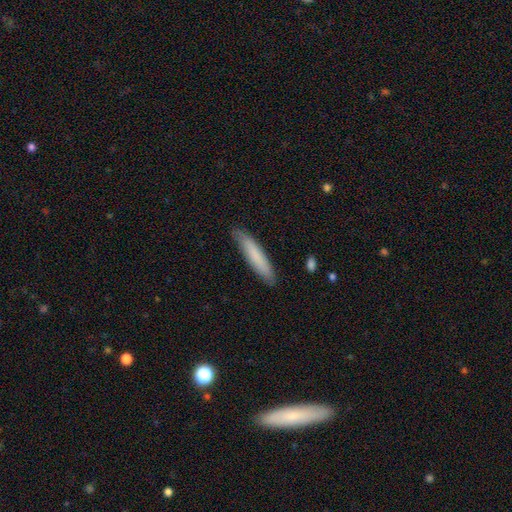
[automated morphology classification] The model was most divided on "smooth or featured": smooth: 78%, featured or disk: 16%, star or artifact: 6%. More confident: how rounded — cigar-shaped (88%); merging — none (86%).